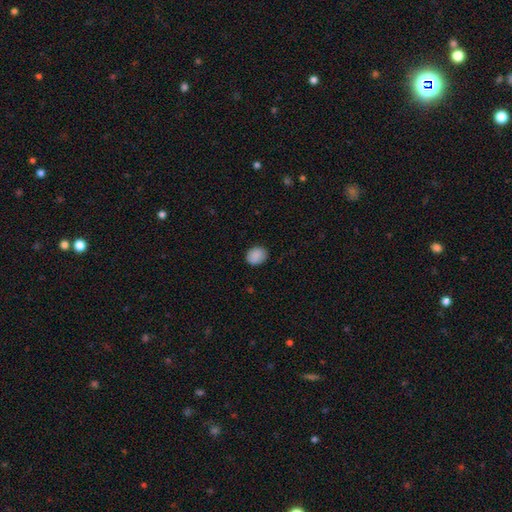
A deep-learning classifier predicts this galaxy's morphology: Smooth or featured?
  - smooth: 89% *
  - star or artifact: 8%
  - featured or disk: 3%
How rounded?
  - round: 63% *
  - in between: 36%
  - cigar-shaped: 1%
Merging?
  - none: 87% *
  - minor disturbance: 10%
  - major disturbance: 2%
  - merger: 1%